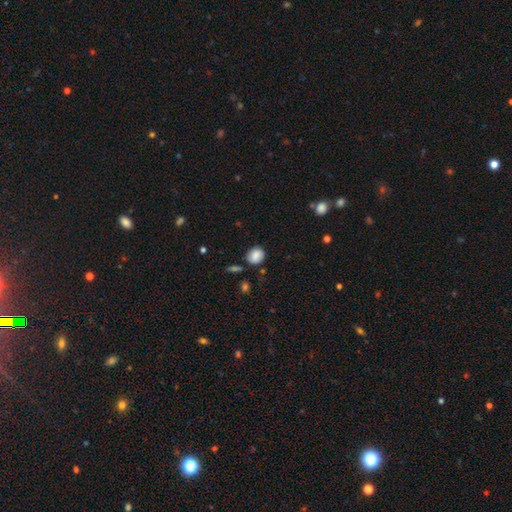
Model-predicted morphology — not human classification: Q: Smooth or featured?
A: smooth (84%); runner-up: star or artifact (9%)
Q: How rounded?
A: round (60%); runner-up: in between (39%)
Q: Merging?
A: none (74%); runner-up: minor disturbance (18%)